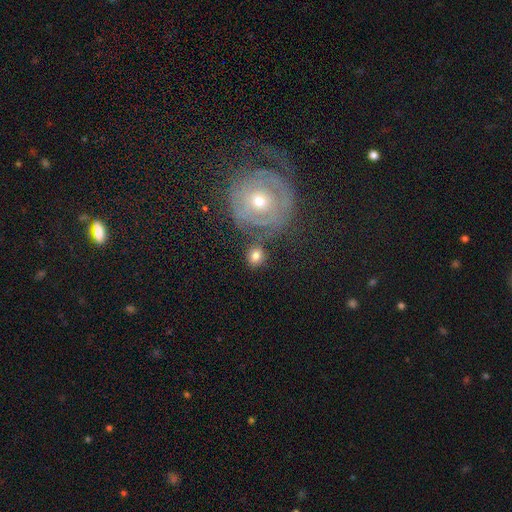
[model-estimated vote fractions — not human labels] Smooth or featured?
  - smooth: 74% *
  - featured or disk: 17%
  - star or artifact: 9%
How rounded?
  - round: 79% *
  - in between: 19%
  - cigar-shaped: 1%
Merging?
  - none: 70% *
  - minor disturbance: 13%
  - merger: 12%
  - major disturbance: 6%